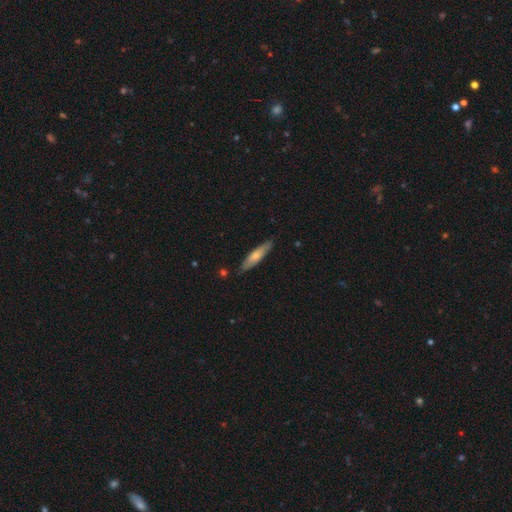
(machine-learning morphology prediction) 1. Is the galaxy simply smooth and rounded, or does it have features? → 63% smooth, 32% featured or disk, 5% star or artifact.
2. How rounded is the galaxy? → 78% cigar-shaped, 21% in between, 1% round.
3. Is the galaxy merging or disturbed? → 84% none, 13% minor disturbance, 2% major disturbance, 2% merger.